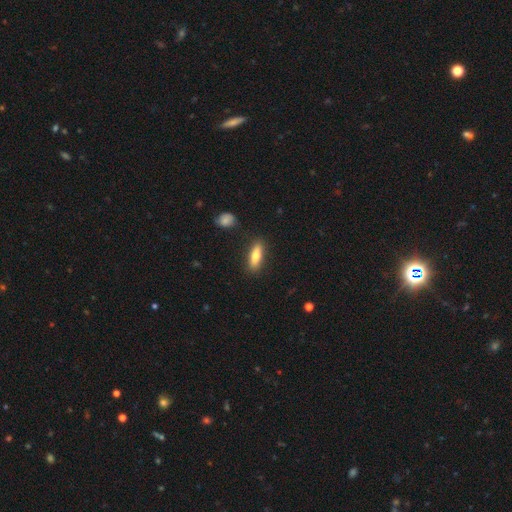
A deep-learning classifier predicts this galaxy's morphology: Smooth or featured?
  - smooth: 71% *
  - featured or disk: 23%
  - star or artifact: 6%
How rounded?
  - in between: 52% *
  - cigar-shaped: 46%
  - round: 3%
Merging?
  - none: 86% *
  - minor disturbance: 9%
  - major disturbance: 2%
  - merger: 2%